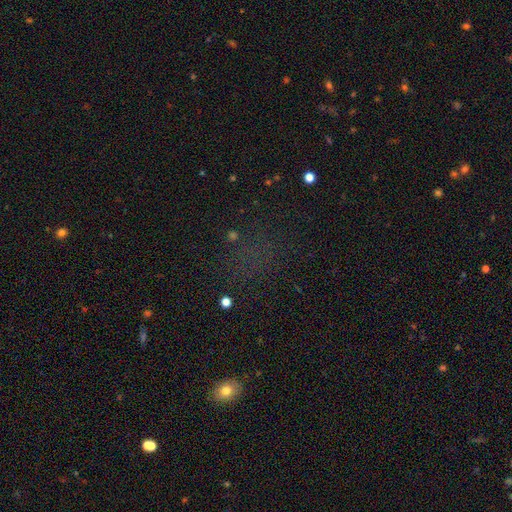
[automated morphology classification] This is possibly a star or artifact rather than a galaxy (53%).